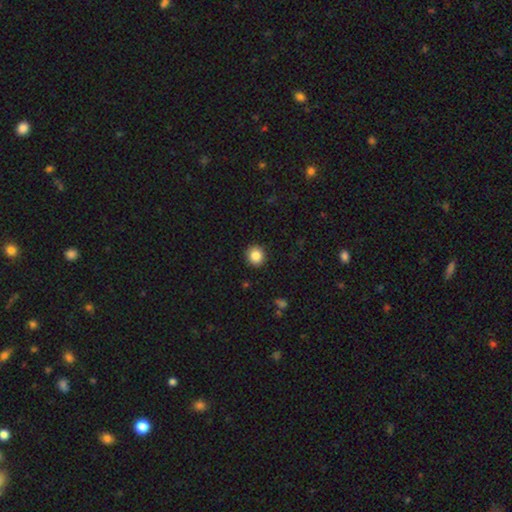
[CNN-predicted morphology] smooth_or_featured: smooth (p=0.85) [alt: star or artifact p=0.10]
how_rounded: round (p=0.90) [alt: in between p=0.09]
merging: none (p=0.92) [alt: minor disturbance p=0.05]